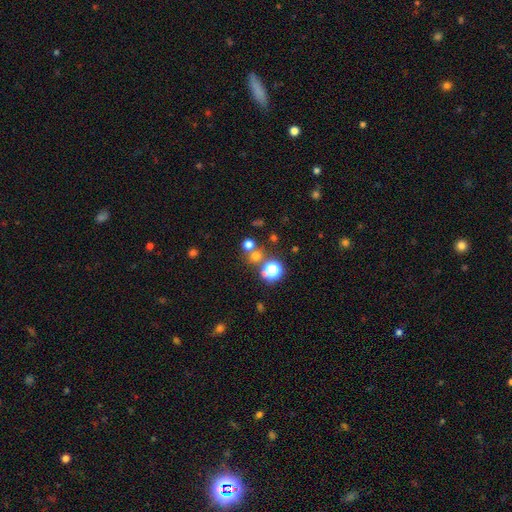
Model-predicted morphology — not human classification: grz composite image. It shows a smooth galaxy with no disk features (62%) that is round (90%). Merging: none (64%).